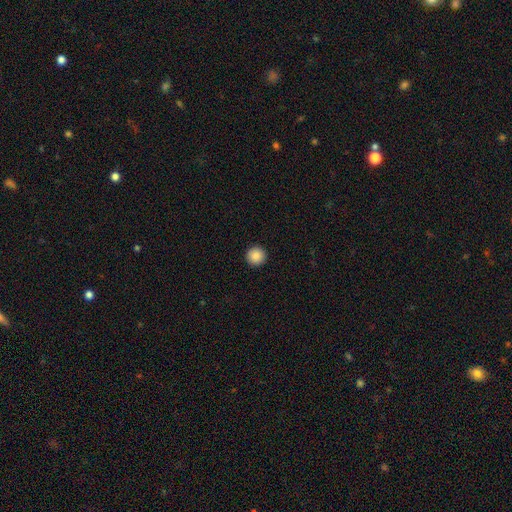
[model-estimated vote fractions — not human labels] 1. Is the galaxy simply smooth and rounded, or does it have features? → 88% smooth, 9% star or artifact, 3% featured or disk.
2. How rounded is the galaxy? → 95% round, 4% in between, 1% cigar-shaped.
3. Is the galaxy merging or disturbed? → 93% none, 4% minor disturbance, 1% major disturbance, 1% merger.